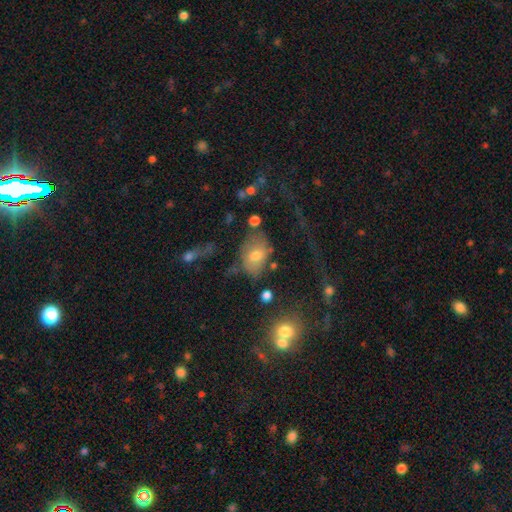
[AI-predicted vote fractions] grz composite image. It shows a smooth galaxy with no disk features (61%) that is in between round and cigar-shaped (78%). Merging: none (47%).